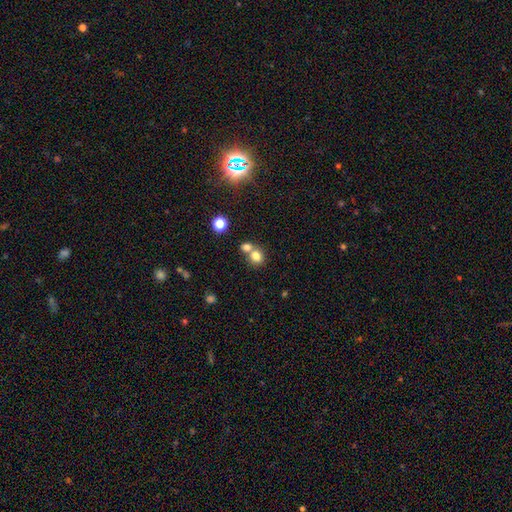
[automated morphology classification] Overall: smooth (78%). How rounded: round (75%). Merging: merger (47%; none 44%).